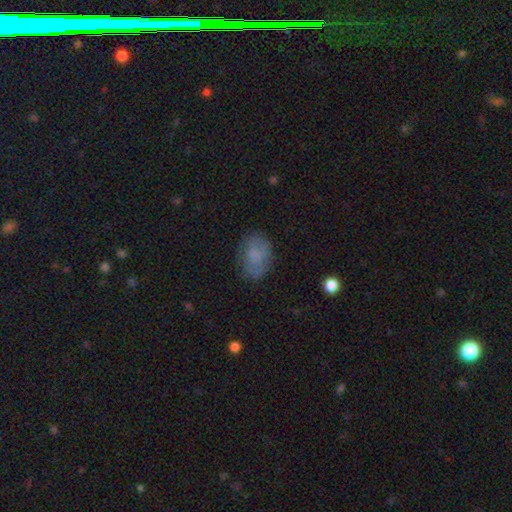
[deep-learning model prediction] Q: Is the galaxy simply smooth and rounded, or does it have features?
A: smooth — 71%.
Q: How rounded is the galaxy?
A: in between — 80%.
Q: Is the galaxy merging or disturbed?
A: none — 69%.